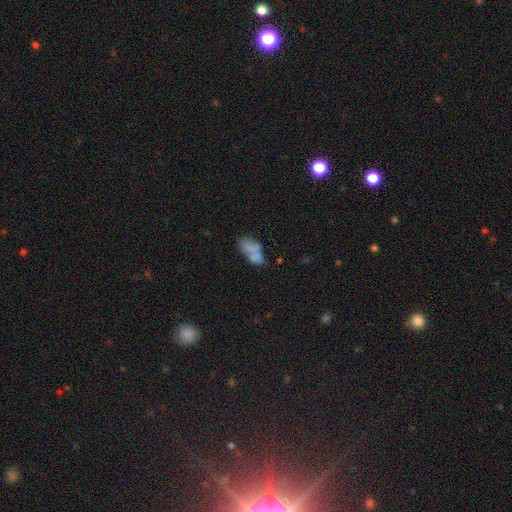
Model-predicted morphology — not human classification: A smooth galaxy with no disk features (57%) that is in between round and cigar-shaped (87%).

Vote fractions:
- Smooth or featured? smooth: 57% / featured or disk: 29% / star or artifact: 14%
- How rounded? in between: 87% / round: 7% / cigar-shaped: 6%
- Merging? none: 35% / merger: 32% / minor disturbance: 19% / major disturbance: 14%